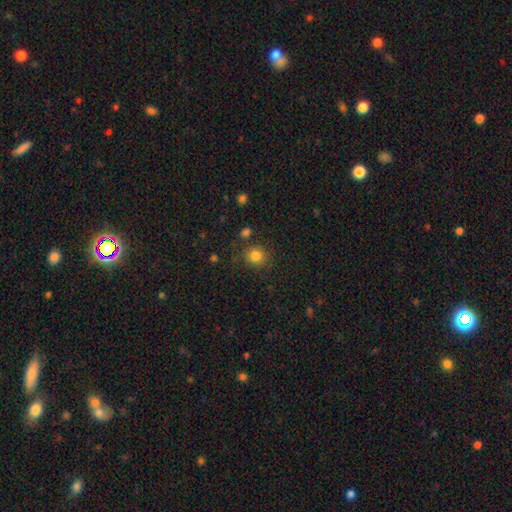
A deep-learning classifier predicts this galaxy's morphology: This is clearly a smooth galaxy (83%). How rounded: clearly round (84%). Merging: clearly none (81%).